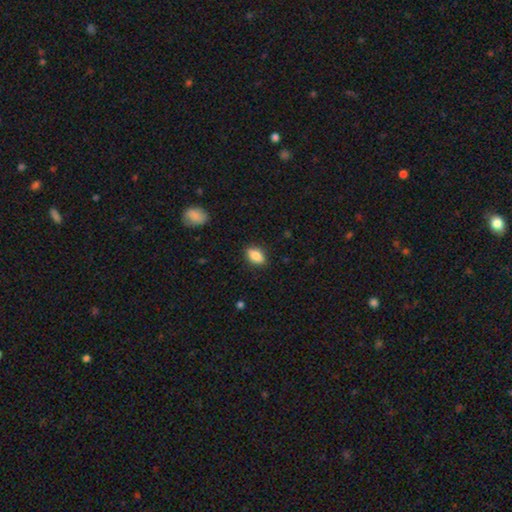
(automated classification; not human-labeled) A smooth galaxy with no disk features (85%) that is in between round and cigar-shaped (86%). Merging: none (86%).